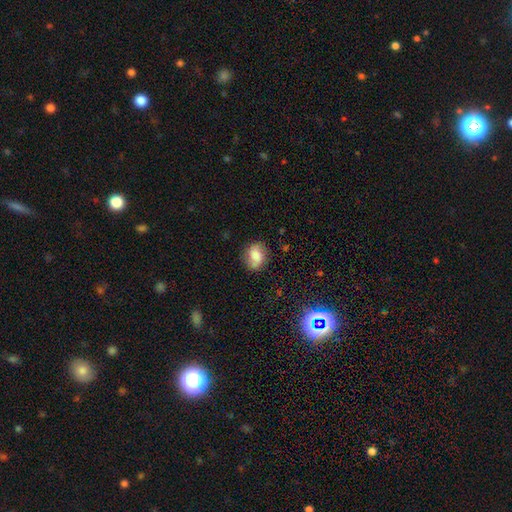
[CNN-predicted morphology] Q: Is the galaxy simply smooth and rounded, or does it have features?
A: smooth — 67%.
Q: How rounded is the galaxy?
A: in between — 54%.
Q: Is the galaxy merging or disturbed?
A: none — 76%.